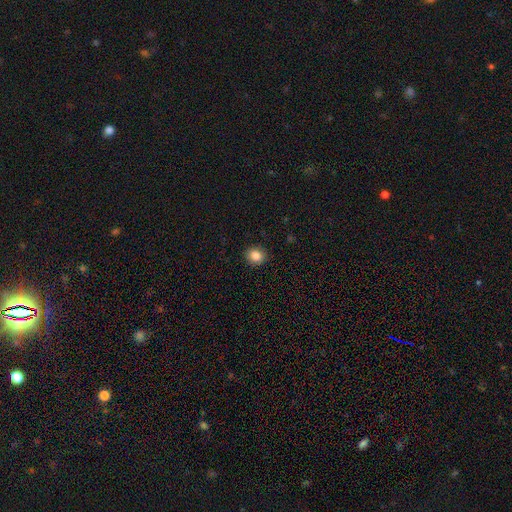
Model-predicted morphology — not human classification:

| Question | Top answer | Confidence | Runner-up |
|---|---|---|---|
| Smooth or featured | smooth | 85% | star or artifact (10%) |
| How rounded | round | 74% | in between (25%) |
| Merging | none | 91% | minor disturbance (6%) |